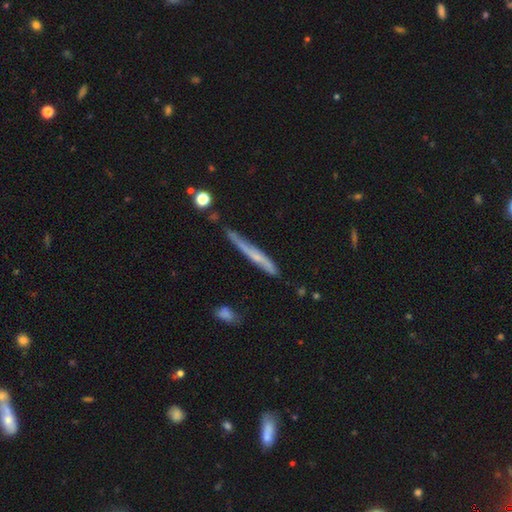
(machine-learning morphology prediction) The model was most divided on "smooth or featured": featured or disk: 54%, smooth: 39%, star or artifact: 7%. More confident: edge-on disk — yes (88%); merging — none (62%).